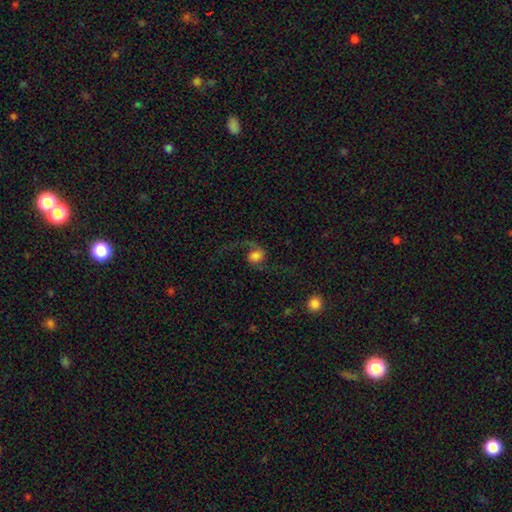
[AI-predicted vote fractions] This appears to be a featured or disk galaxy (73%) with no bar (57%), 2 (91%) loose (83%) spiral arms (95%) and a large central bulge (40%). Merging: none (65%).